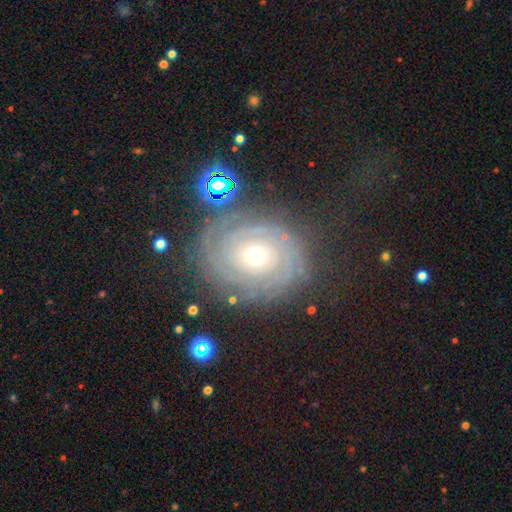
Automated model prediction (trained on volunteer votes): A featured or disk galaxy (82%) with no bar (82%), tight (86%) spiral arms (95%) and a small central bulge (57%).

Vote fractions:
- Smooth or featured? featured or disk: 82% / star or artifact: 9% / smooth: 8%
- Edge-on disk? no: 97% / yes: 3%
- Bar? no: 82% / weak: 13% / strong: 5%
- Spiral arms? yes: 95% / no: 5%
- Spiral winding? tight: 86% / medium: 11% / loose: 3%
- Spiral arm count? can't tell: 32% / 2: 30% / 3: 14% / 4: 9% / more than 4: 8% / 1: 7%
- Bulge size? small: 57% / moderate: 39% / large: 2% / dominant: 1% / none: 1%
- Merging? none: 78% / minor disturbance: 13% / major disturbance: 7% / merger: 2%